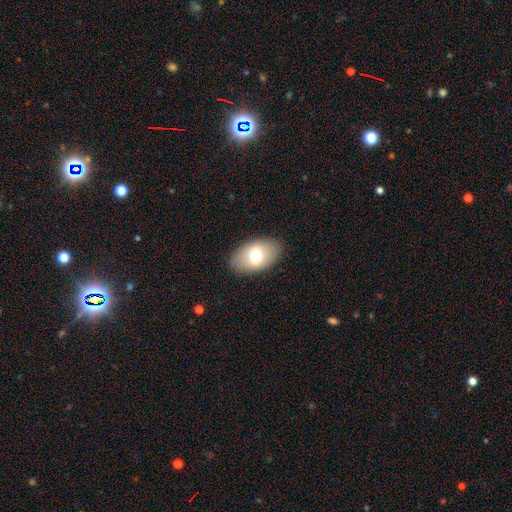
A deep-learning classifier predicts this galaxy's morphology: Overall: smooth (69%). How rounded: in between (92%). Merging: none (86%).